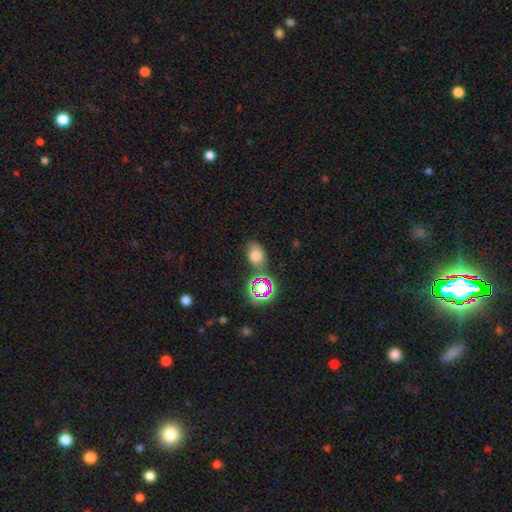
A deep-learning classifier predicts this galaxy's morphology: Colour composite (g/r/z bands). It shows a smooth galaxy with no disk features (61%) that is in between round and cigar-shaped (76%). Merging: none (61%).